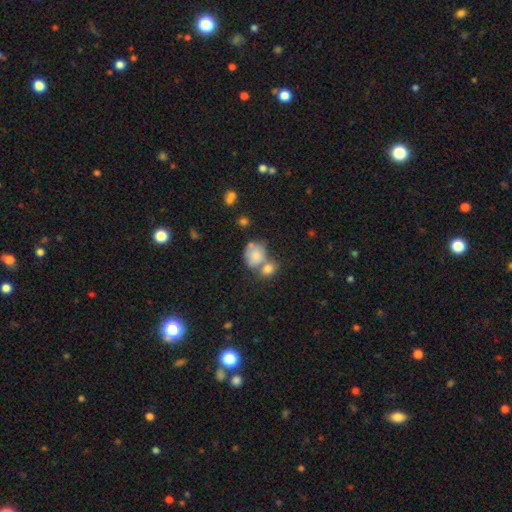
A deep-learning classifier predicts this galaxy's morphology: The model was most divided on "how rounded": round: 50%, in between: 49%, cigar-shaped: 1%. More confident: smooth or featured — smooth (74%); merging — merger (54%).